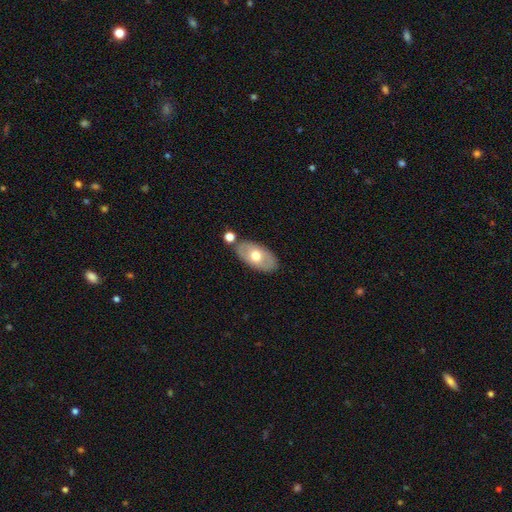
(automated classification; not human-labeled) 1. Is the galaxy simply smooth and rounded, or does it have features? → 53% smooth, 42% featured or disk, 6% star or artifact.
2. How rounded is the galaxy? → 92% in between, 5% round, 2% cigar-shaped.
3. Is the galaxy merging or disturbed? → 76% none, 12% minor disturbance, 8% merger, 3% major disturbance.